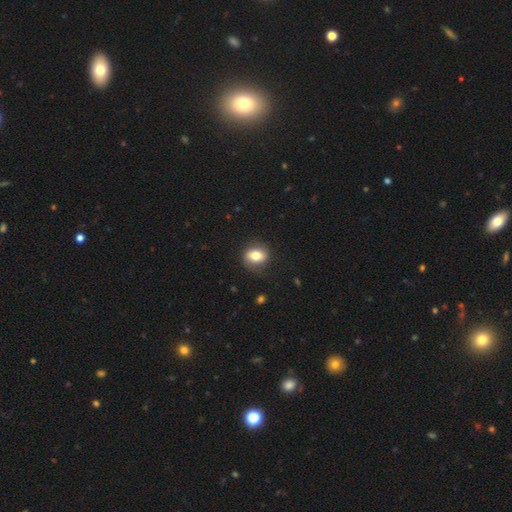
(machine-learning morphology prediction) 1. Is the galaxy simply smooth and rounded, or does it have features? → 74% smooth, 18% featured or disk, 8% star or artifact.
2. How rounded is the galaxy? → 54% in between, 45% round, 1% cigar-shaped.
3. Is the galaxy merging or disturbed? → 79% none, 15% minor disturbance, 5% major disturbance, 1% merger.